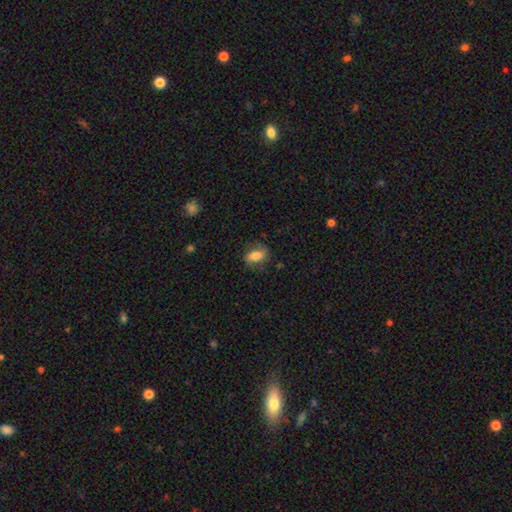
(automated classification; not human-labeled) Smooth or featured? Predicted: smooth (p=0.64). How rounded? Predicted: in between (p=0.82). Merging? Predicted: none (p=0.70).